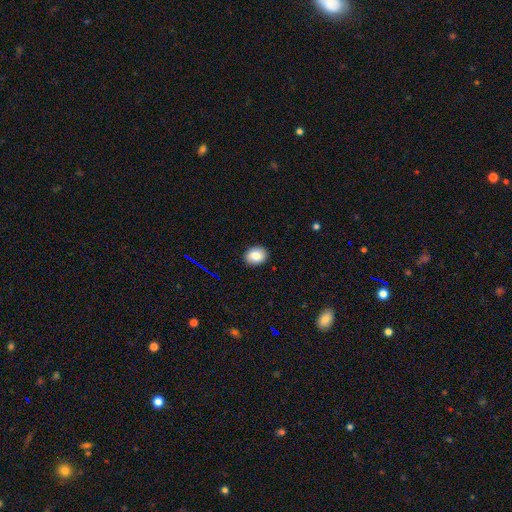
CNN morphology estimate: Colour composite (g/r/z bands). It shows a smooth galaxy with no disk features (82%) that is in between round and cigar-shaped (57%). Merging: none (90%).